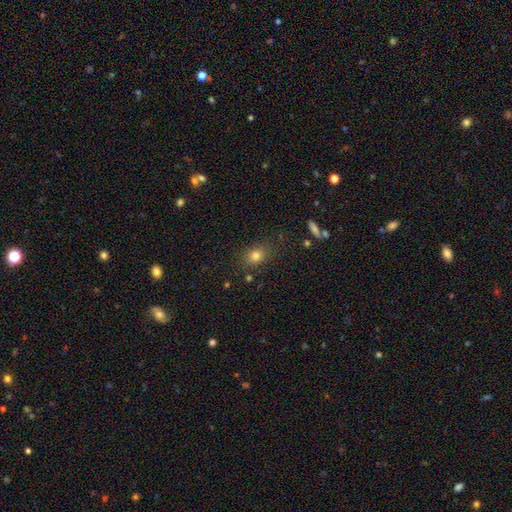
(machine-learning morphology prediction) A smooth galaxy with no disk features (78%) that is in between round and cigar-shaped (54%). Merging: none (80%).